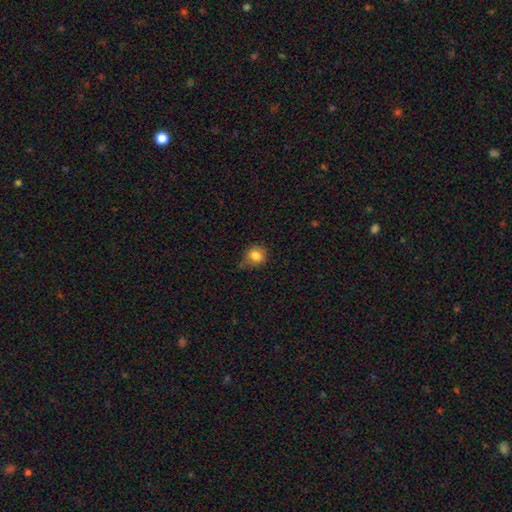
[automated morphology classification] The model was most divided on "merging": none: 66%, minor disturbance: 24%, major disturbance: 5%, merger: 4%. More confident: smooth or featured — smooth (83%); how rounded — round (79%).